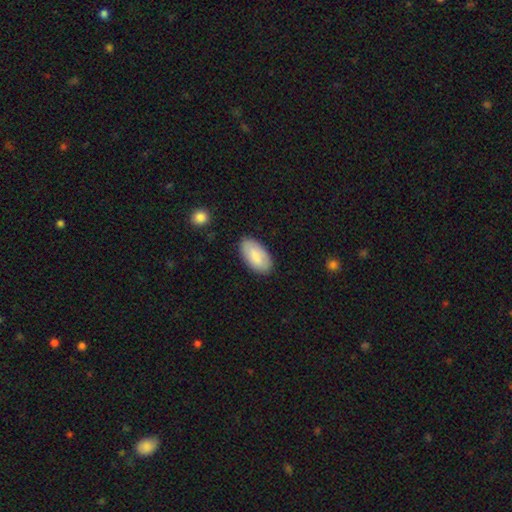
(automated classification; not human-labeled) smooth_or_featured: smooth (p=0.81) [alt: featured or disk p=0.13]
how_rounded: in between (p=0.95) [alt: cigar-shaped p=0.02]
merging: none (p=0.86) [alt: minor disturbance p=0.10]